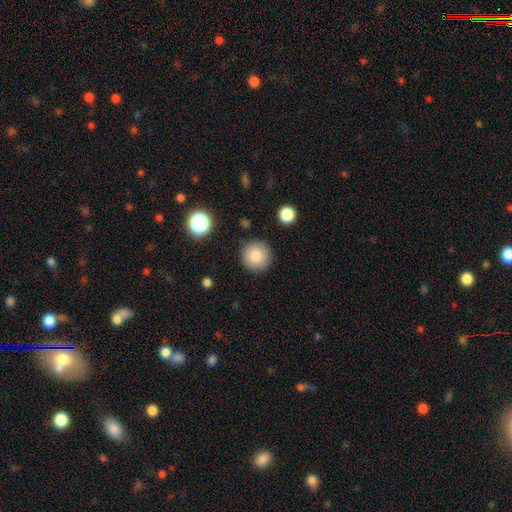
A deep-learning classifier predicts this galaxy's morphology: Overall: smooth (83%). How rounded: round (95%). Merging: none (88%).